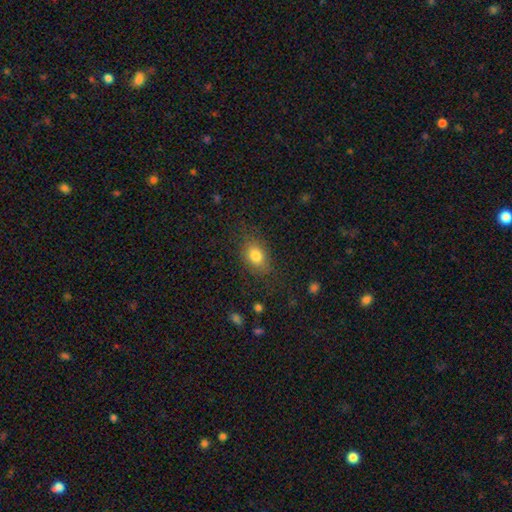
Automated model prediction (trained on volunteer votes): Morphology: type=smooth (80%); roundness=in between (75%); merging=none (78%).